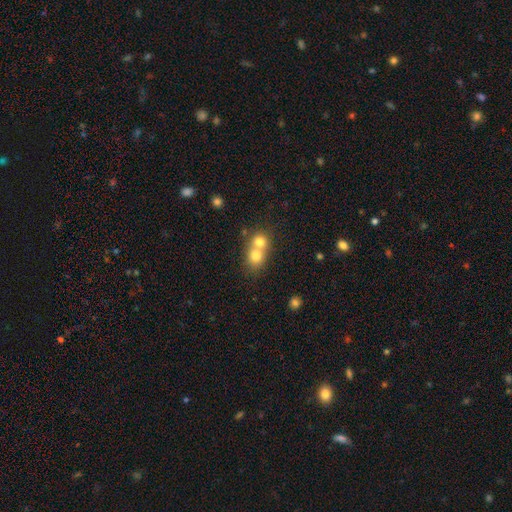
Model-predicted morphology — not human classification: The model was most divided on "merging": merger: 67%, none: 27%, minor disturbance: 4%, major disturbance: 2%. More confident: smooth or featured — smooth (75%); how rounded — round (74%).